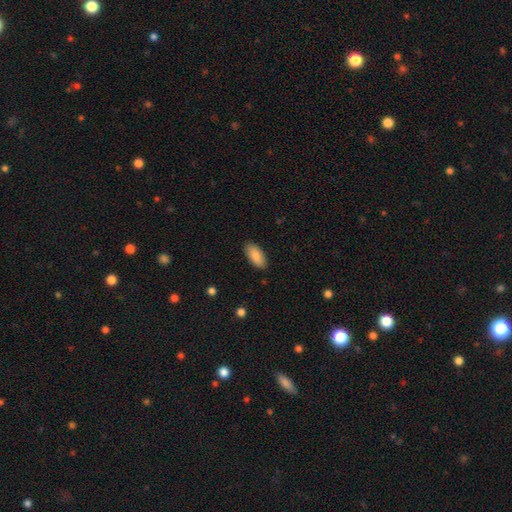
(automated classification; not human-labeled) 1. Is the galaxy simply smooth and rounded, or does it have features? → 88% smooth, 6% star or artifact, 6% featured or disk.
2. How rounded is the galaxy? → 90% in between, 9% cigar-shaped, 2% round.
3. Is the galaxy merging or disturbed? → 89% none, 8% minor disturbance, 2% major disturbance, 1% merger.